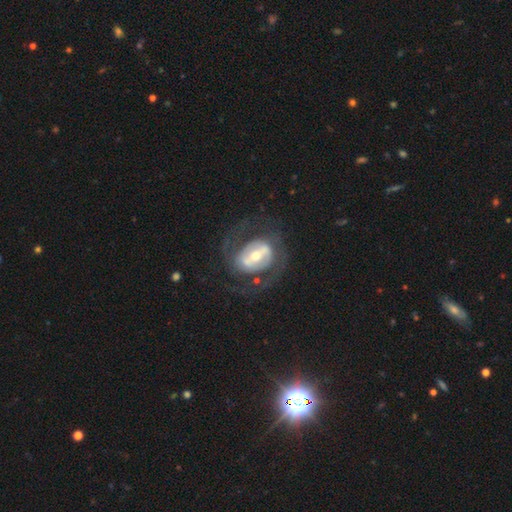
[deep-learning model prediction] This appears to be a featured or disk galaxy (79%) with a strong bar (51%), 2 (76%) medium (45%) spiral arms (71%) and a moderate central bulge (56%). Merging: none (66%).